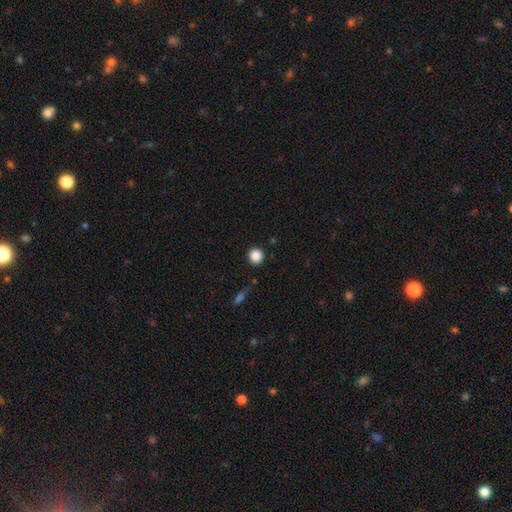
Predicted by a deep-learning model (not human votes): The model was most divided on "smooth or featured": smooth: 87%, star or artifact: 10%, featured or disk: 3%. More confident: how rounded — round (94%); merging — none (90%).